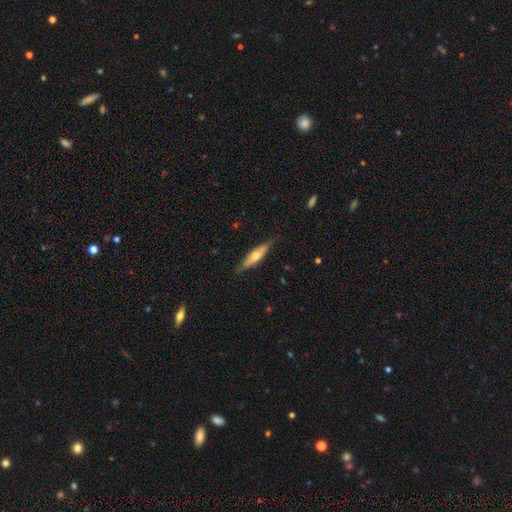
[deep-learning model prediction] Smooth or featured? Predicted: featured or disk (p=0.48). Merging? Predicted: none (p=0.80).